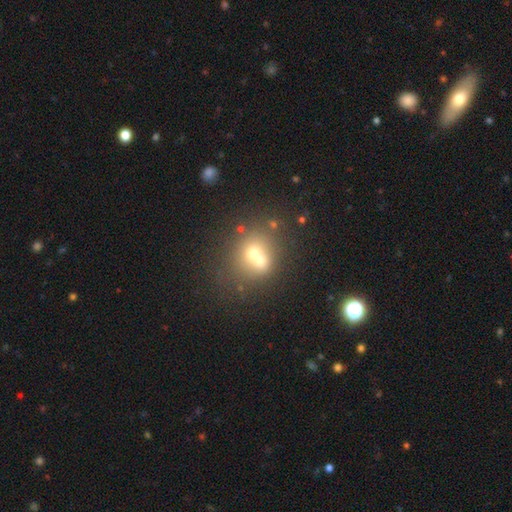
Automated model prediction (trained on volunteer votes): Smooth or featured? smooth (62%)
How rounded? round (72%)
Merging? merger (58%)